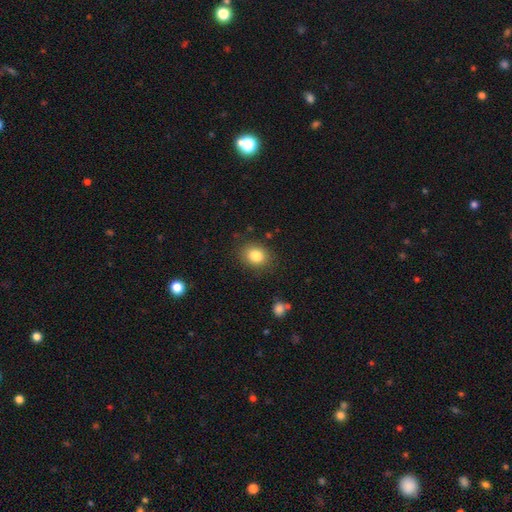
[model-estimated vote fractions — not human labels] smooth 84%, star or artifact 10%, featured or disk 7%. Down the decision tree: how rounded — round (55%); merging — none (85%).